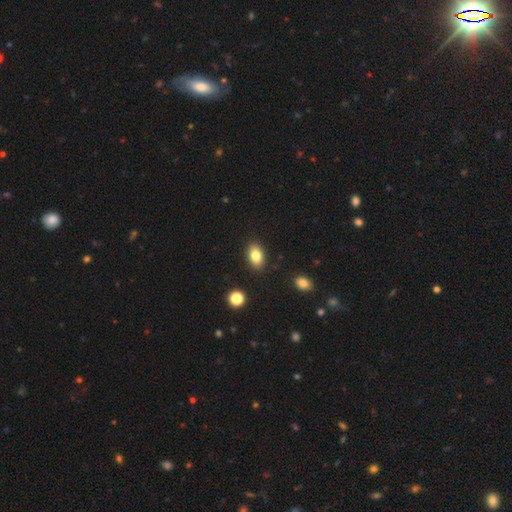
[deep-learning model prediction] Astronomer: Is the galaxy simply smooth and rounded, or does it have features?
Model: smooth — 82%.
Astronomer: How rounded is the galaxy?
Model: in between — 88%.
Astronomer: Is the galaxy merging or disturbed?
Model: none — 88%.